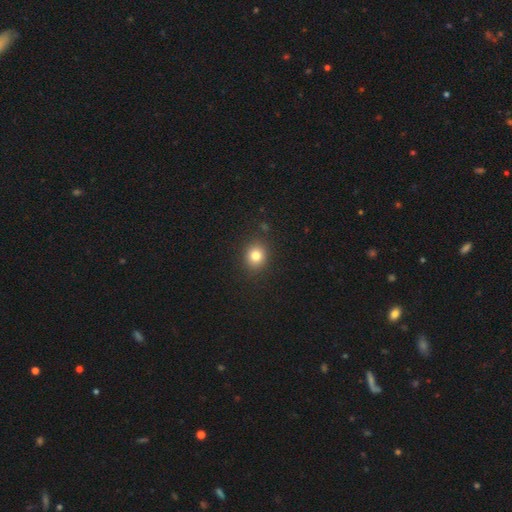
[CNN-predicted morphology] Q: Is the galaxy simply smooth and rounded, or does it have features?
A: smooth — 81%.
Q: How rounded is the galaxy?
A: round — 75%.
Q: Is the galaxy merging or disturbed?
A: none — 88%.